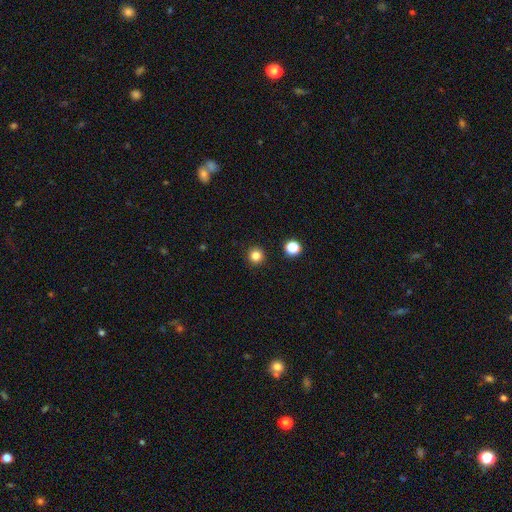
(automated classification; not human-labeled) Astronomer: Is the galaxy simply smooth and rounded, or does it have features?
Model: smooth — 83%.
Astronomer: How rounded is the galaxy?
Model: round — 96%.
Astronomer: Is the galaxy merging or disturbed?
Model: none — 93%.